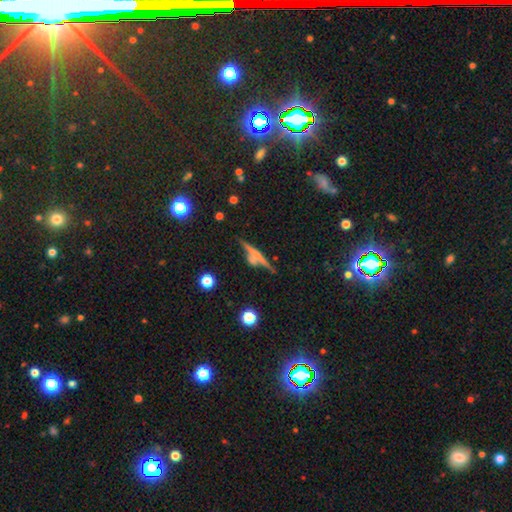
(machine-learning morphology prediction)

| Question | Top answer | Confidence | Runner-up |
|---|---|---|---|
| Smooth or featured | featured or disk | 56% | smooth (32%) |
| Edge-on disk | yes | 92% | no (8%) |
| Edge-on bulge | none | 43% | rounded (41%) |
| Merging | none | 64% | merger (19%) |